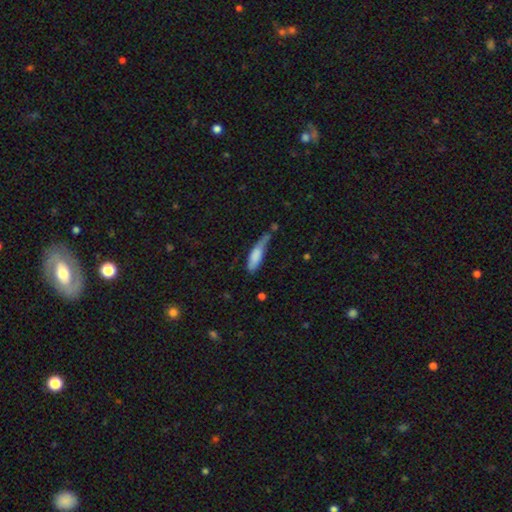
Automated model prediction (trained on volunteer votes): smooth_or_featured: smooth (p=0.78) [alt: featured or disk p=0.15]
how_rounded: cigar-shaped (p=0.56) [alt: in between p=0.42]
merging: minor disturbance (p=0.39) [alt: none p=0.30]